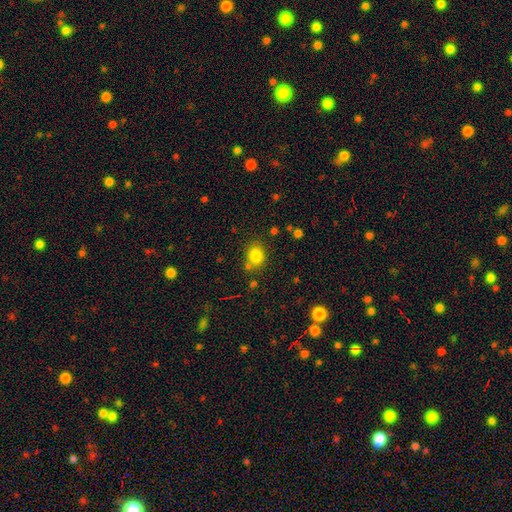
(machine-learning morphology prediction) Smooth or featured? Predicted: smooth (p=0.82). How rounded? Predicted: round (p=0.61). Merging? Predicted: none (p=0.73).